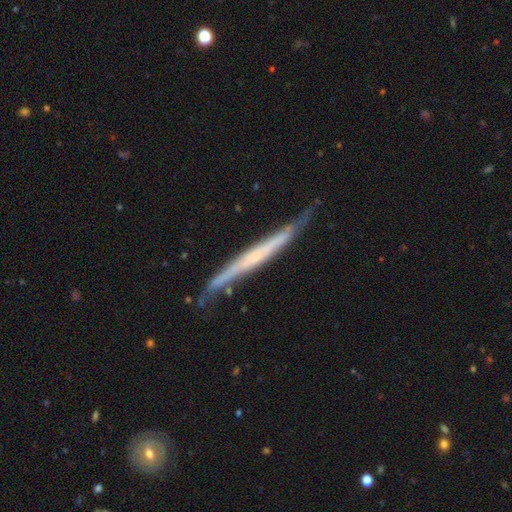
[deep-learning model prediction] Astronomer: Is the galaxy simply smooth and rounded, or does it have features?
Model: featured or disk — 68%.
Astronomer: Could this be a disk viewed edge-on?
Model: yes — 94%.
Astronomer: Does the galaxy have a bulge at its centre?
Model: none — 74%.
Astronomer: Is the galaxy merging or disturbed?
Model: none — 70%.